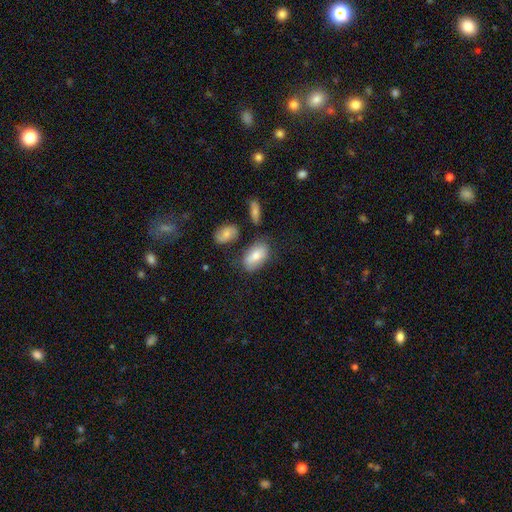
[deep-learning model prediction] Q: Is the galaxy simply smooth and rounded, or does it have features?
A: smooth — 75%.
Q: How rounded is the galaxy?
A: in between — 92%.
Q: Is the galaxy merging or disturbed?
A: none — 68%.